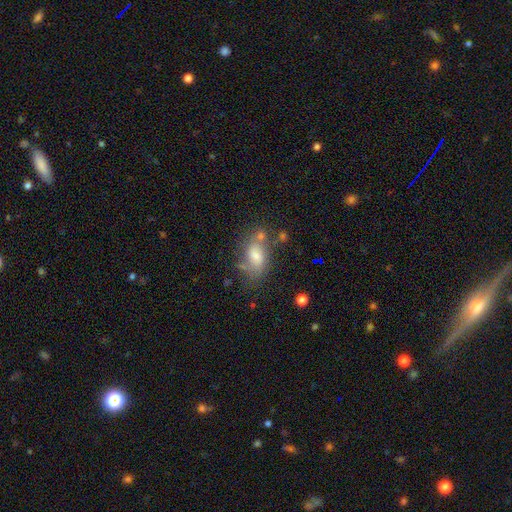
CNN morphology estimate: Smooth or featured: smooth — 59% (featured or disk — 29%)
How rounded: in between — 85% (round — 11%)
Merging: none — 51% (minor disturbance — 23%)